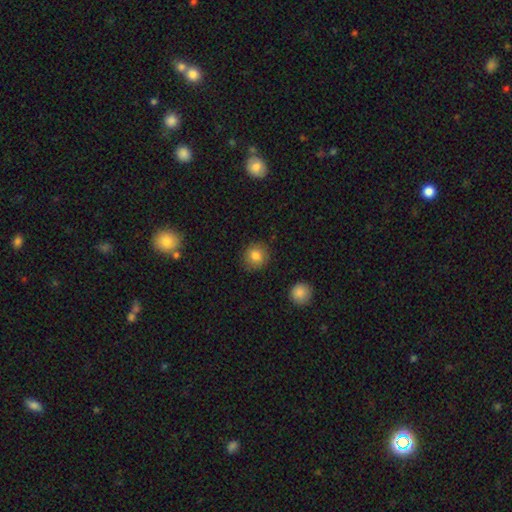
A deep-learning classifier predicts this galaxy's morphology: A smooth galaxy with no disk features (82%) that is round (90%).

Vote fractions:
- Smooth or featured? smooth: 82% / star or artifact: 10% / featured or disk: 8%
- How rounded? round: 90% / in between: 9% / cigar-shaped: 1%
- Merging? none: 88% / minor disturbance: 8% / major disturbance: 2% / merger: 1%